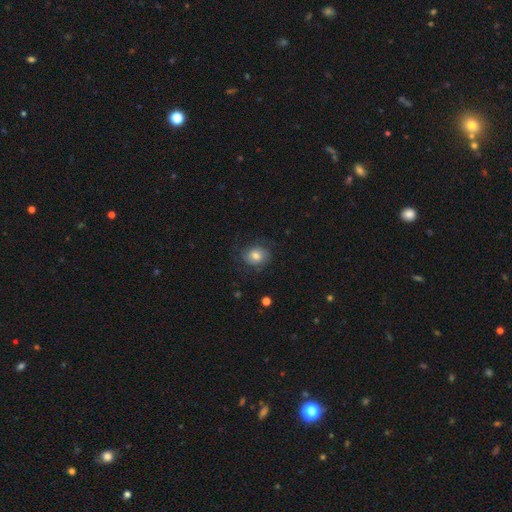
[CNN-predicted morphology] A smooth galaxy with no disk features (68%) that is round (61%). Merging: none (70%).